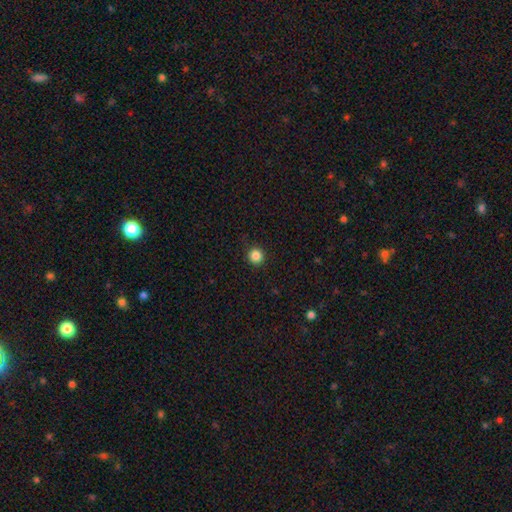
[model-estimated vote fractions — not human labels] Overall: smooth (85%). How rounded: round (94%). Merging: none (92%).